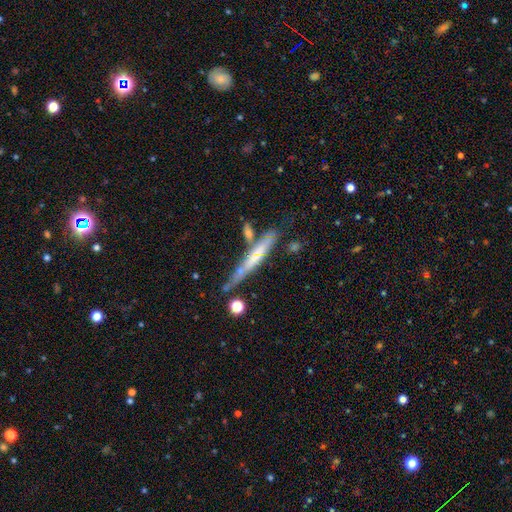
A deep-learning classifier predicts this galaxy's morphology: Smooth or featured?
  - featured or disk: 52% *
  - smooth: 40%
  - star or artifact: 8%
Edge-on disk?
  - yes: 86% *
  - no: 14%
Merging?
  - none: 58% *
  - minor disturbance: 22%
  - merger: 12%
  - major disturbance: 8%